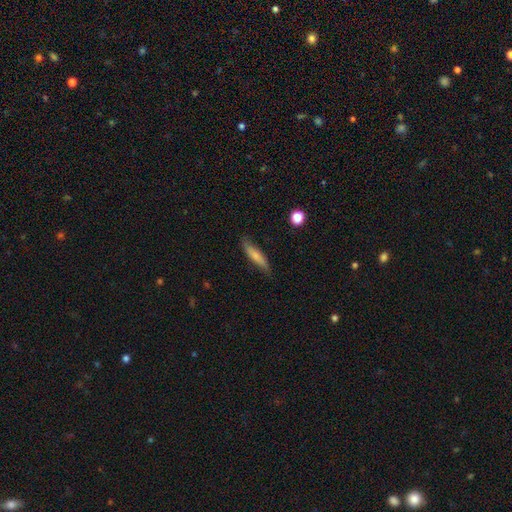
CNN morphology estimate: Smooth or featured: smooth — 69% (featured or disk — 24%)
How rounded: cigar-shaped — 79% (in between — 19%)
Merging: none — 79% (minor disturbance — 16%)